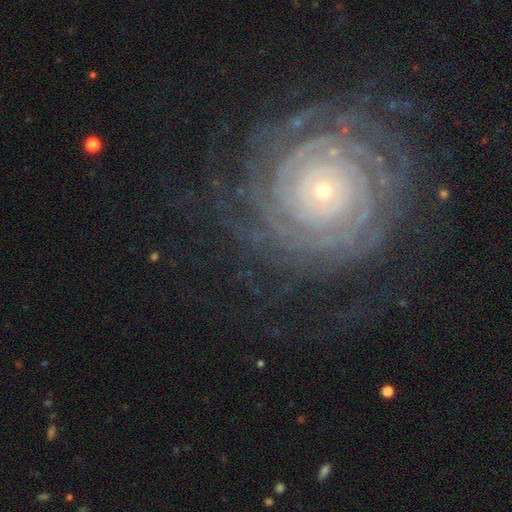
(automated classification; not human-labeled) A featured or disk galaxy (87%) with no bar (80%), more than 4 (32%) tight (91%) spiral arms (98%) and a small central bulge (82%). Merging: none (82%).